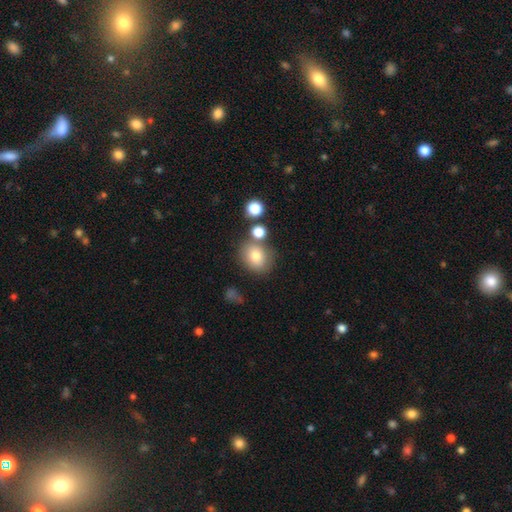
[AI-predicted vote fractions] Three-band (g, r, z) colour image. It shows a smooth galaxy with no disk features (78%) that is round (67%). Merging: none (68%).